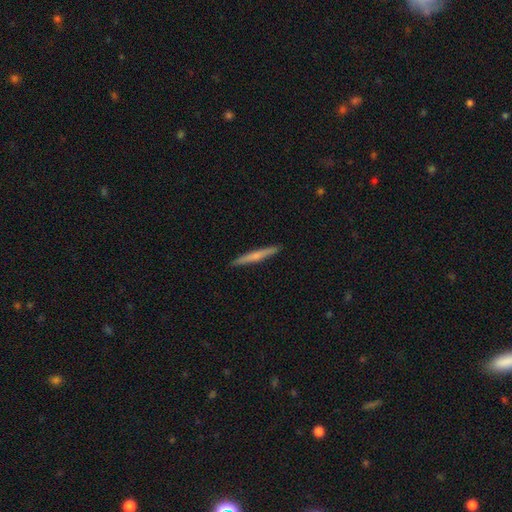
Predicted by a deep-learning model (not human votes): Smooth or featured?
  - smooth: 53% *
  - featured or disk: 42%
  - star or artifact: 6%
How rounded?
  - cigar-shaped: 96% *
  - in between: 3%
  - round: 1%
Merging?
  - none: 92% *
  - minor disturbance: 6%
  - major disturbance: 1%
  - merger: 1%